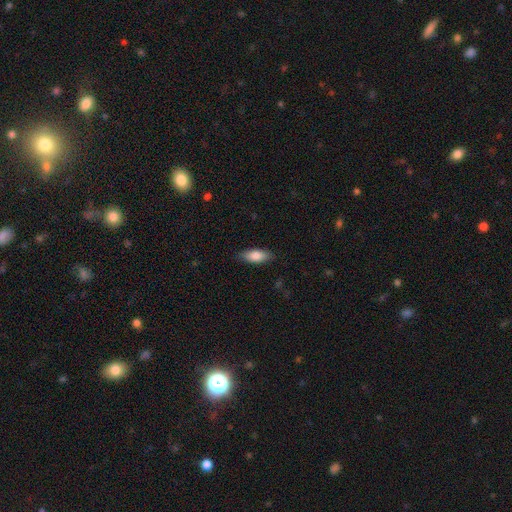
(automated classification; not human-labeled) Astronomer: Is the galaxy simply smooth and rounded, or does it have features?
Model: smooth — 82%.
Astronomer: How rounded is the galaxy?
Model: in between — 78%.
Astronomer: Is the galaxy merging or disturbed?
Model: none — 85%.